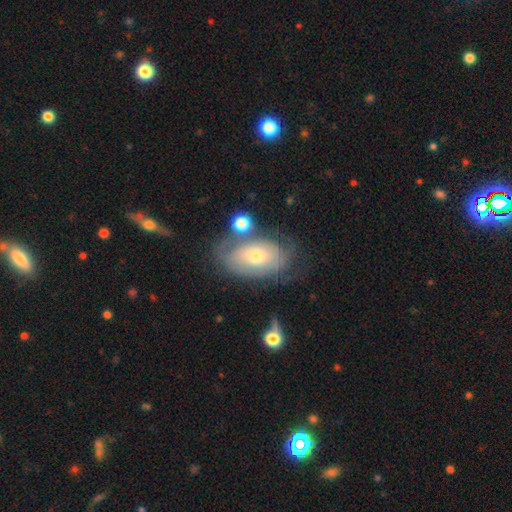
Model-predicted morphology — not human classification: A featured or disk galaxy (58%) with no bar (80%), spiral arms (66%) and a small central bulge (49%).

Vote fractions:
- Smooth or featured? featured or disk: 58% / smooth: 34% / star or artifact: 8%
- Edge-on disk? no: 93% / yes: 7%
- Bar? no: 80% / weak: 16% / strong: 4%
- Spiral arms? yes: 66% / no: 34%
- Bulge size? small: 49% / moderate: 44% / large: 4% / none: 1% / dominant: 1%
- Merging? none: 55% / minor disturbance: 23% / major disturbance: 13% / merger: 9%